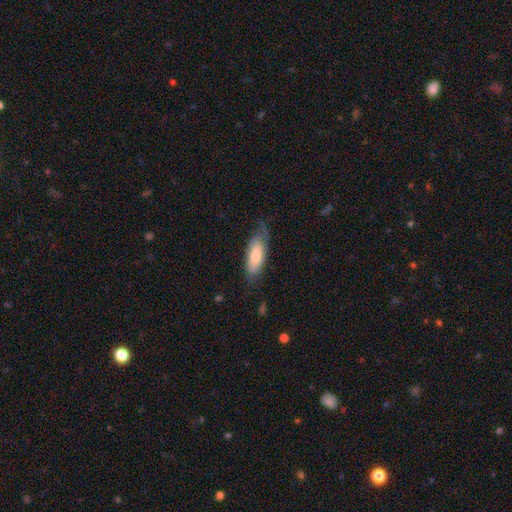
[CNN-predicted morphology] Q: Smooth or featured?
A: smooth (72%); runner-up: featured or disk (22%)
Q: How rounded?
A: in between (77%); runner-up: cigar-shaped (21%)
Q: Merging?
A: none (54%); runner-up: minor disturbance (31%)